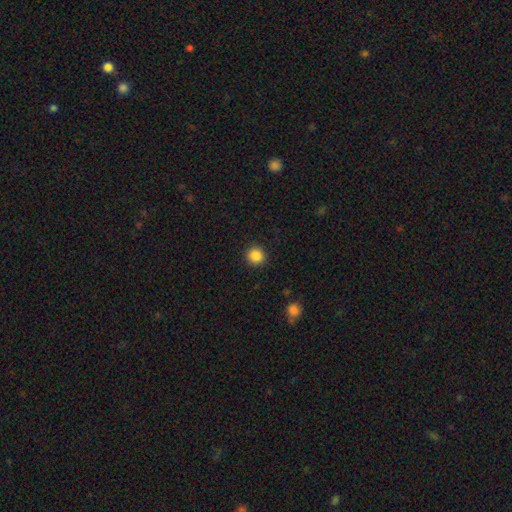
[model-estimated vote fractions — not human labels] smooth_or_featured: smooth (p=0.87) [alt: star or artifact p=0.10]
how_rounded: round (p=0.93) [alt: in between p=0.06]
merging: none (p=0.91) [alt: minor disturbance p=0.06]